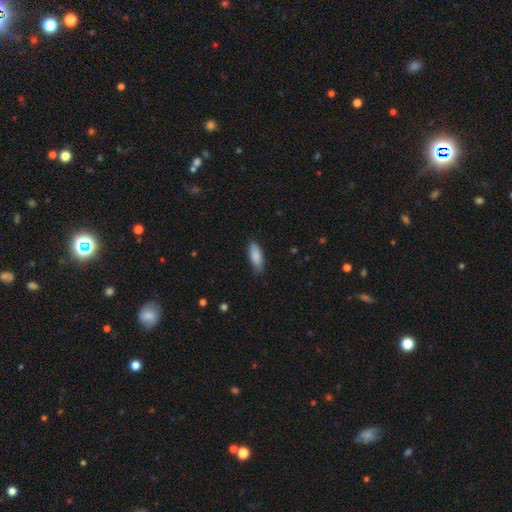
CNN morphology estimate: A smooth galaxy with no disk features (87%) that is in between round and cigar-shaped (70%).

Vote fractions:
- Smooth or featured? smooth: 87% / featured or disk: 7% / star or artifact: 6%
- How rounded? in between: 70% / cigar-shaped: 28% / round: 2%
- Merging? none: 80% / minor disturbance: 17% / major disturbance: 3% / merger: 1%